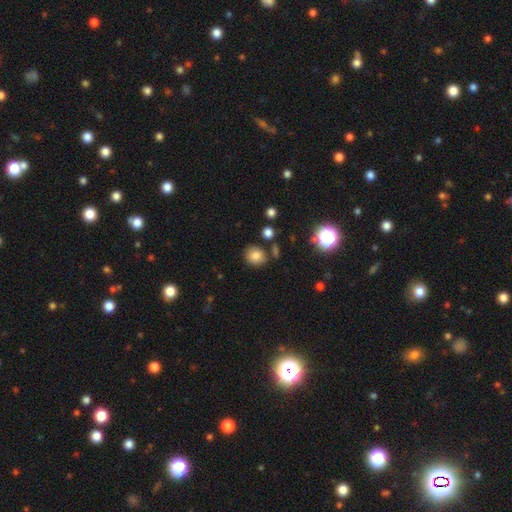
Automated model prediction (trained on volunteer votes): Overall: smooth (79%). How rounded: round (78%). Merging: none (78%).